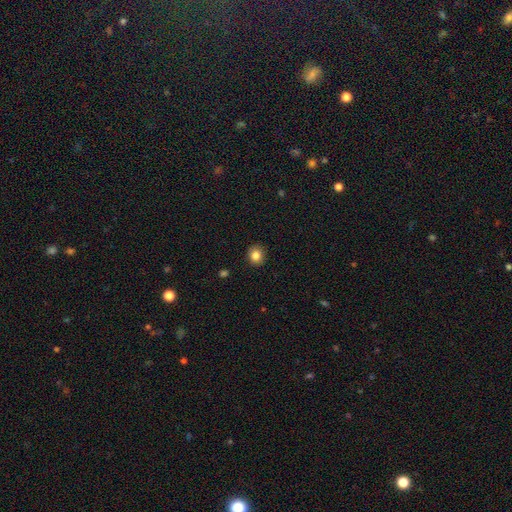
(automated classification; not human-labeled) Smooth or featured? smooth (84%)
How rounded? round (80%)
Merging? none (90%)